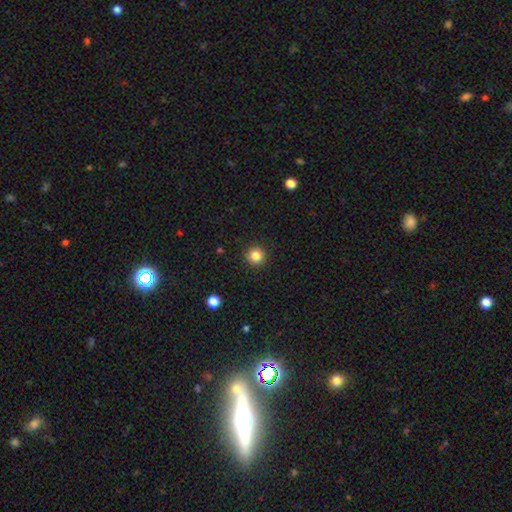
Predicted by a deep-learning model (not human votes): Morphology: type=smooth (84%); roundness=round (95%); merging=none (92%).